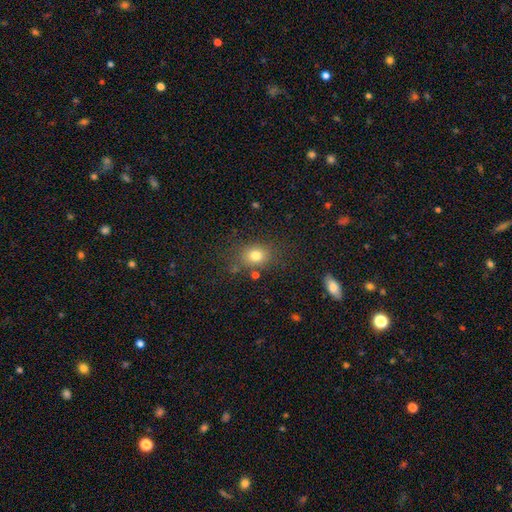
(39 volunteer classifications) Smooth or featured? 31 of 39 (79%) said smooth. How rounded? 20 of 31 (65%) said round. Merging? 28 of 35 (80%) said none.